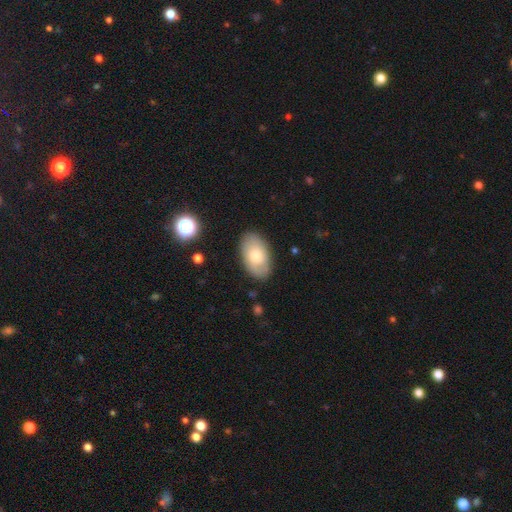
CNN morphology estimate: Smooth or featured: smooth — 71% (featured or disk — 23%)
How rounded: in between — 94% (round — 5%)
Merging: none — 84% (minor disturbance — 12%)